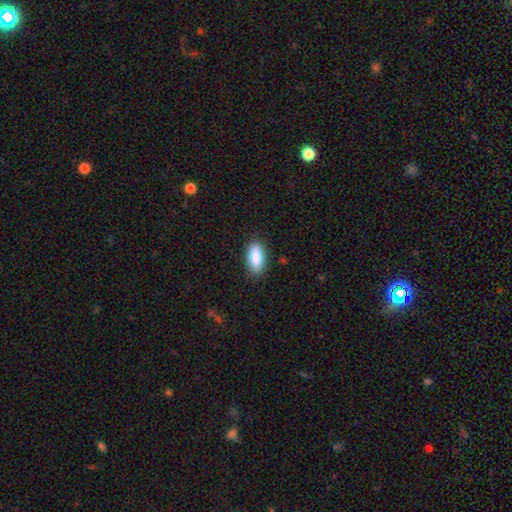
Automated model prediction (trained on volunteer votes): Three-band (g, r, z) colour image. It shows a smooth galaxy with no disk features (87%) that is in between round and cigar-shaped (88%). Merging: none (86%).